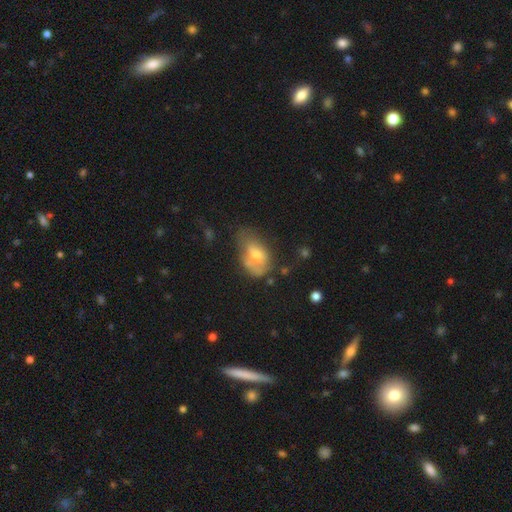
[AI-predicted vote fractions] Smooth or featured? smooth (58%)
How rounded? in between (87%)
Merging? none (34%, tied with minor disturbance)